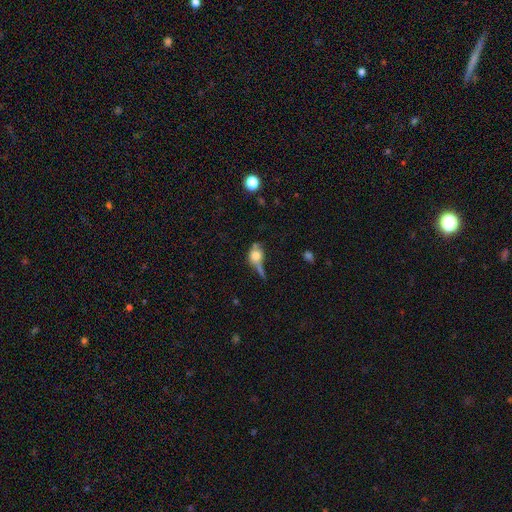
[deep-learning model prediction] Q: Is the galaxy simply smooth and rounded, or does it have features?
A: smooth — 58%.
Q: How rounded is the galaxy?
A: round — 48%.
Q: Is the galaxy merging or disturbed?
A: none — 38%.